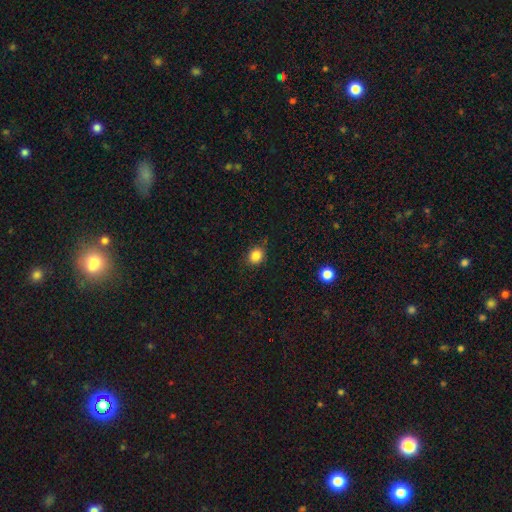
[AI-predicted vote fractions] A smooth galaxy with no disk features (84%) that is round (71%).

Vote fractions:
- Smooth or featured? smooth: 84% / star or artifact: 11% / featured or disk: 4%
- How rounded? round: 71% / in between: 28% / cigar-shaped: 1%
- Merging? none: 85% / minor disturbance: 11% / major disturbance: 3% / merger: 1%